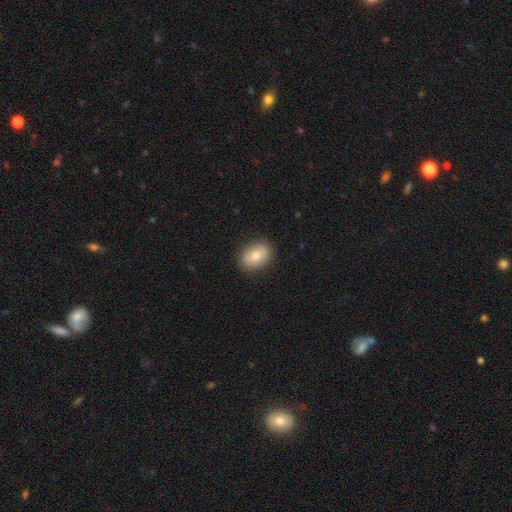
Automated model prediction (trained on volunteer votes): This appears to be a smooth galaxy with no disk features (74%) that is in between round and cigar-shaped (69%). Merging: none (87%).